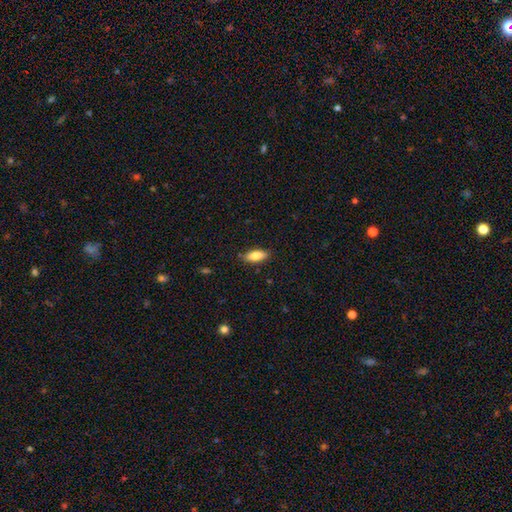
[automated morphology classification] Smooth or featured? smooth (79%)
How rounded? in between (79%)
Merging? none (85%)